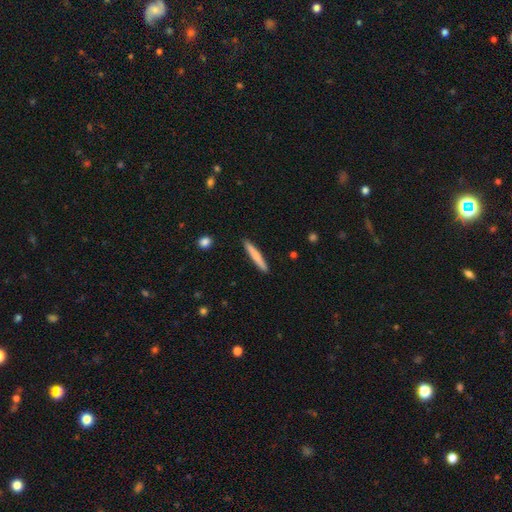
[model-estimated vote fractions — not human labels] This appears to be a smooth galaxy with no disk features (71%) that is cigar-shaped (95%). Merging: none (91%).